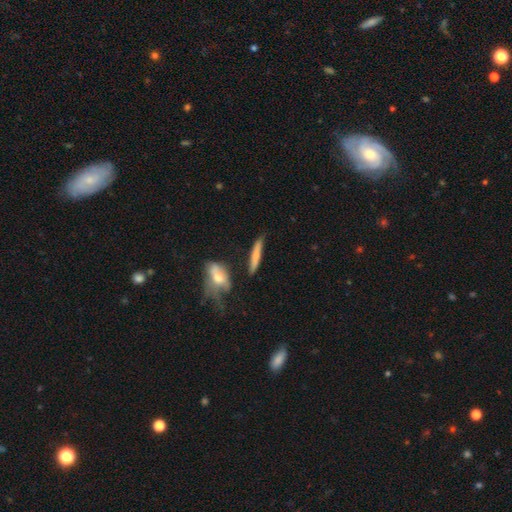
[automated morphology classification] Overall: smooth (64%; featured or disk 30%). How rounded: cigar-shaped (89%). Merging: none (75%).